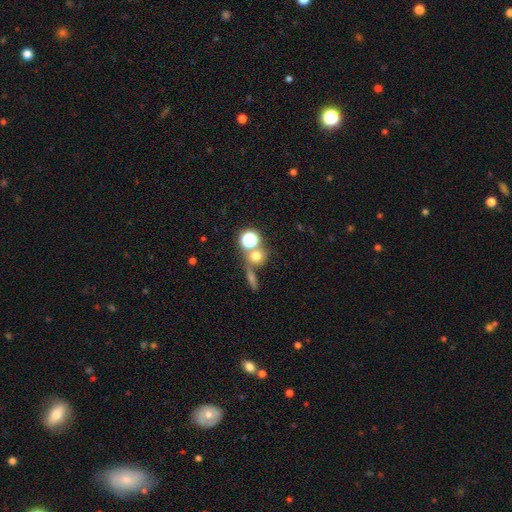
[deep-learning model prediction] Morphology: type=smooth (63%); roundness=round (81%); merging=none (57%).